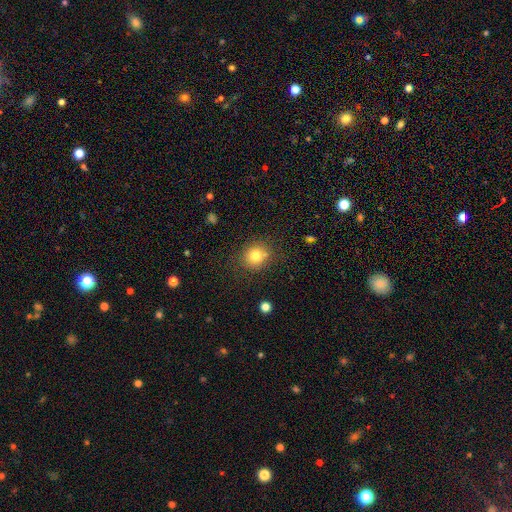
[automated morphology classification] smooth-or-featured: smooth: 78% | star or artifact: 12% | featured or disk: 10%
  how-rounded: round: 85% | in between: 14% | cigar-shaped: 1%
  merging: none: 75% | minor disturbance: 12% | merger: 8% | major disturbance: 4%